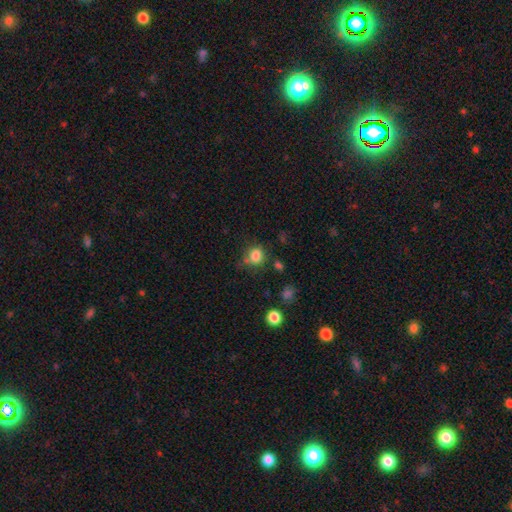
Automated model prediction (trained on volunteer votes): Smooth or featured? Predicted: smooth (p=0.82). How rounded? Predicted: round (p=0.74). Merging? Predicted: none (p=0.67).